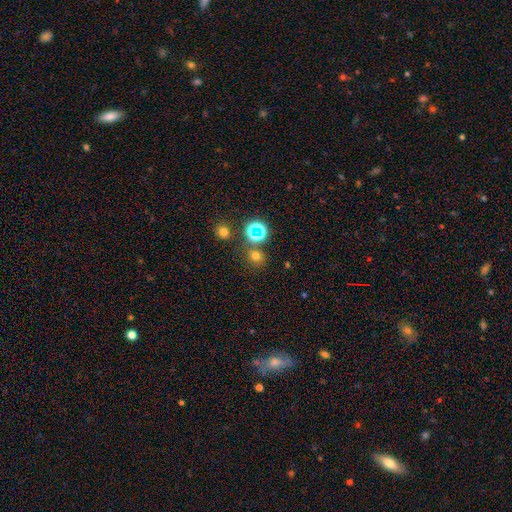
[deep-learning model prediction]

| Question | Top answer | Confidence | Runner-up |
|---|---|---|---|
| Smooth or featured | smooth | 65% | star or artifact (29%) |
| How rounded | round | 83% | in between (16%) |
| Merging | none | 77% | merger (11%) |